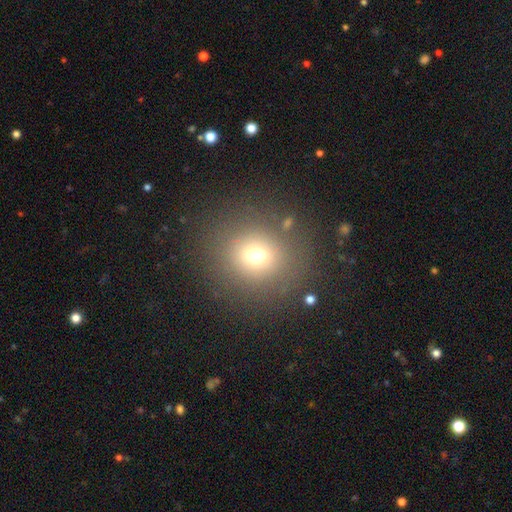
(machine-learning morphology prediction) smooth-or-featured: smooth: 69% | star or artifact: 20% | featured or disk: 11%
  how-rounded: round: 88% | in between: 11% | cigar-shaped: 1%
  merging: none: 84% | minor disturbance: 8% | major disturbance: 5% | merger: 3%